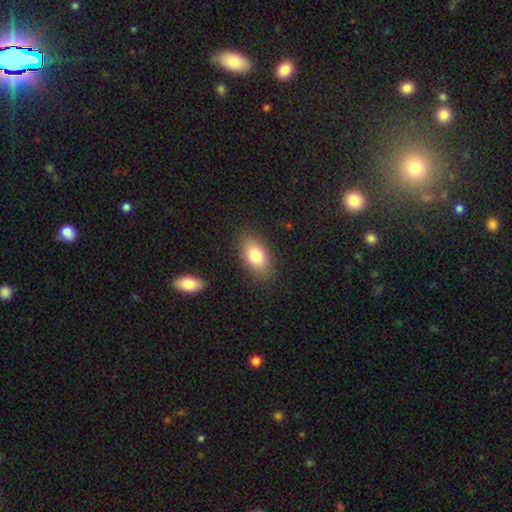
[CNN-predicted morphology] type=smooth (81%); roundness=in between (90%); merging=none (84%).